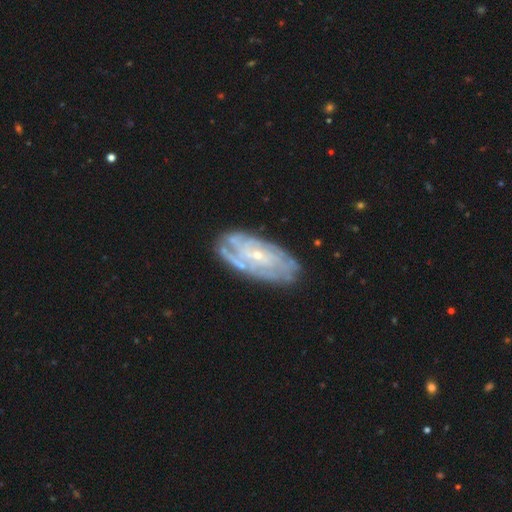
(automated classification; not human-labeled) The model was most divided on "spiral arm count": can't tell: 52%, 2: 12%, 4: 12%, 3: 11%, more than 4: 8%, 1: 5%. More confident: edge-on disk — no (92%); spiral arms — yes (86%); smooth or featured — featured or disk (79%); bulge size — small (78%); merging — none (75%); spiral winding — tight (69%); bar — no (67%).